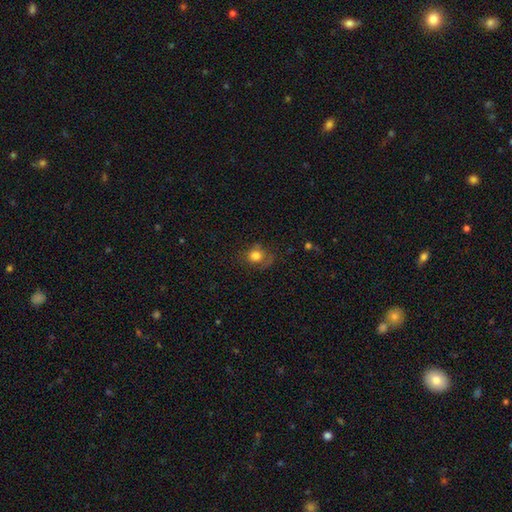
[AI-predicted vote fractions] This is likely a smooth galaxy (78%). How rounded: likely round (73%). Merging: likely none (61%).